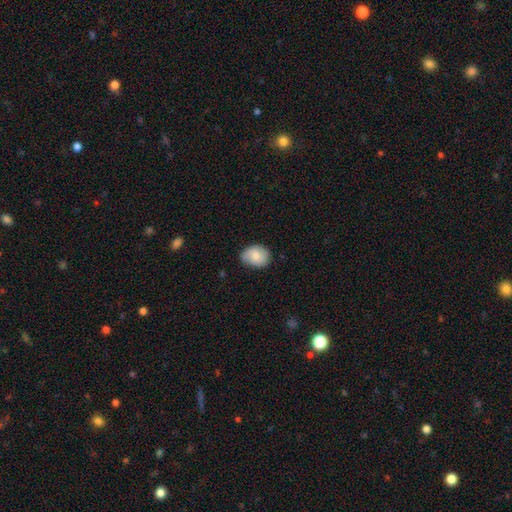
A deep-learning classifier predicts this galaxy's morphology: smooth_or_featured: smooth (p=0.73) [alt: featured or disk p=0.20]
how_rounded: in between (p=0.56) [alt: round p=0.43]
merging: none (p=0.74) [alt: minor disturbance p=0.21]